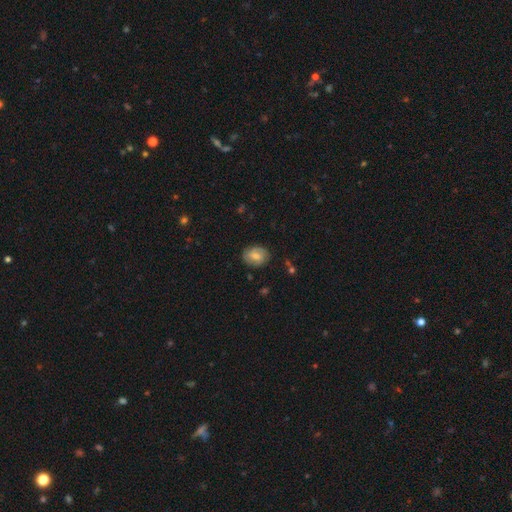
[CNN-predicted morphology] A smooth galaxy with no disk features (47%).

Vote fractions:
- Smooth or featured? smooth: 47% / featured or disk: 45% / star or artifact: 8%
- Merging? none: 79% / minor disturbance: 15% / major disturbance: 4% / merger: 1%